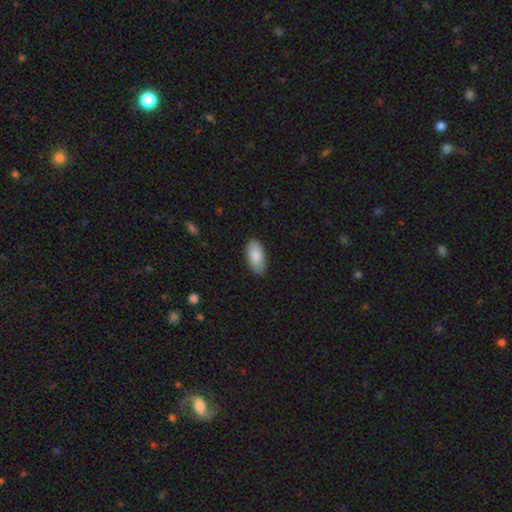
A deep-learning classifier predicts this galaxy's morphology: Smooth or featured: smooth — 87% (featured or disk — 7%)
How rounded: in between — 93% (cigar-shaped — 5%)
Merging: none — 81% (minor disturbance — 15%)